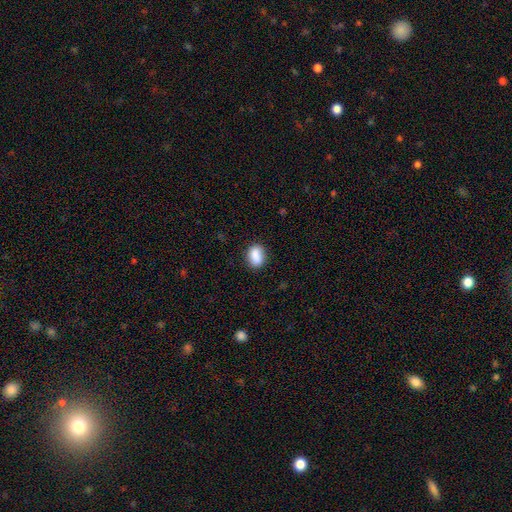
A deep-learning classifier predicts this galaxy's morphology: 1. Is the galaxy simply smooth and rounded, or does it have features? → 86% smooth, 8% star or artifact, 6% featured or disk.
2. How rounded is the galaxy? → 75% in between, 23% round, 3% cigar-shaped.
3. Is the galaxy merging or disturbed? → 81% none, 13% minor disturbance, 3% major disturbance, 2% merger.